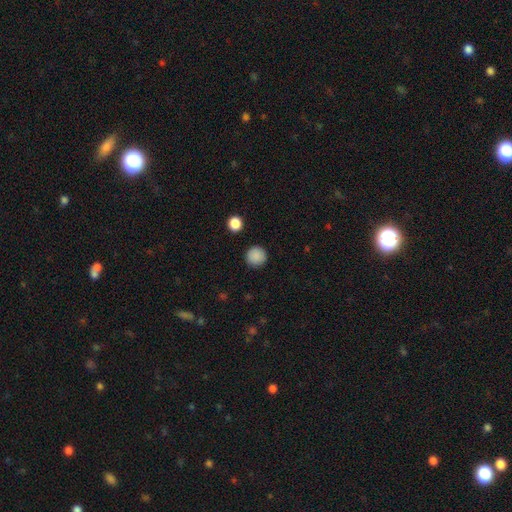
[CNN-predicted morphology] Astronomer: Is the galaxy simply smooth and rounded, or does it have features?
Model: smooth — 88%.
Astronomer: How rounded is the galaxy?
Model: round — 95%.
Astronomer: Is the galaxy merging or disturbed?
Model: none — 91%.